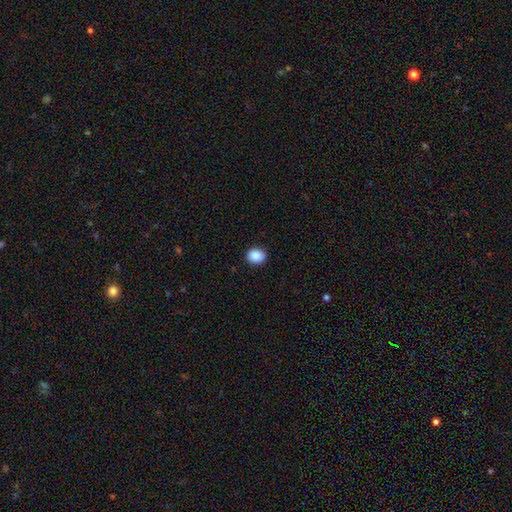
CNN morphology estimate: This appears to be a smooth galaxy with no disk features (89%) that is round (64%). Merging: none (91%).